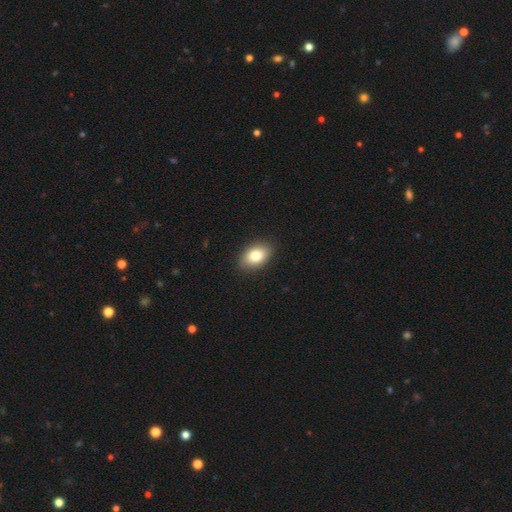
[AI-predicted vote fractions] The model was most divided on "smooth or featured": smooth: 81%, featured or disk: 11%, star or artifact: 8%. More confident: merging — none (89%); how rounded — in between (87%).